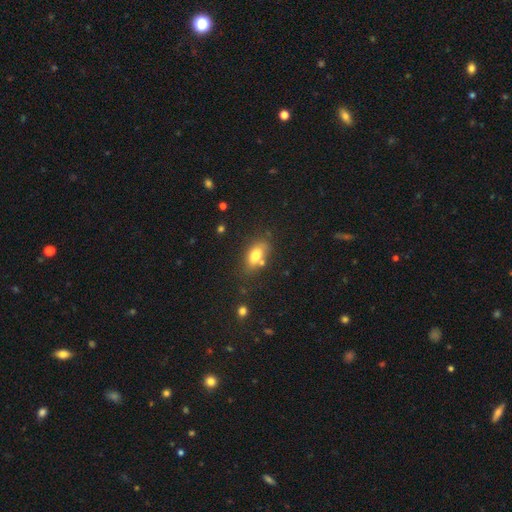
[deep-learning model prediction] smooth_or_featured: smooth (p=0.76) [alt: featured or disk p=0.15]
how_rounded: in between (p=0.86) [alt: round p=0.08]
merging: none (p=0.63) [alt: minor disturbance p=0.19]